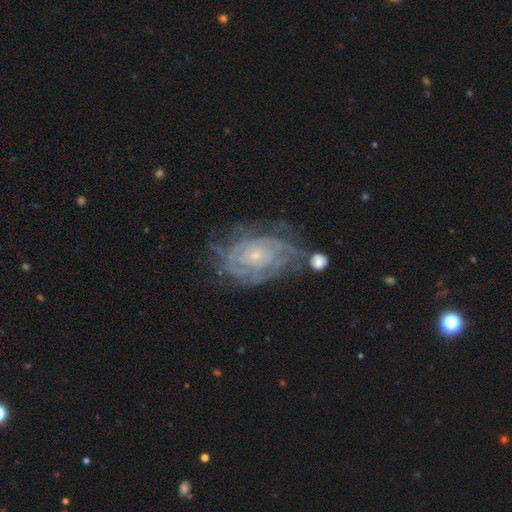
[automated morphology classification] A featured or disk galaxy (85%) with no bar (76%), tight (75%) spiral arms (95%) and a small central bulge (81%). Merging: none (60%).